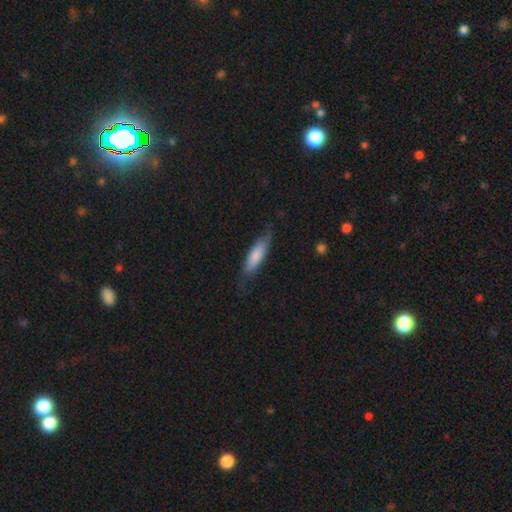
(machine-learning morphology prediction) Smooth or featured?
  - smooth: 74% *
  - featured or disk: 21%
  - star or artifact: 6%
How rounded?
  - cigar-shaped: 57% *
  - in between: 42%
  - round: 2%
Merging?
  - none: 67% *
  - minor disturbance: 24%
  - major disturbance: 8%
  - merger: 1%